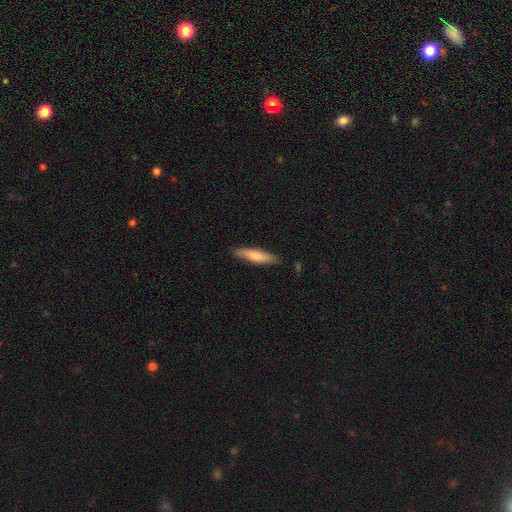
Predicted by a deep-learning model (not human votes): smooth 74%, featured or disk 21%, star or artifact 5%. Down the decision tree: how rounded — cigar-shaped (78%); merging — none (83%).